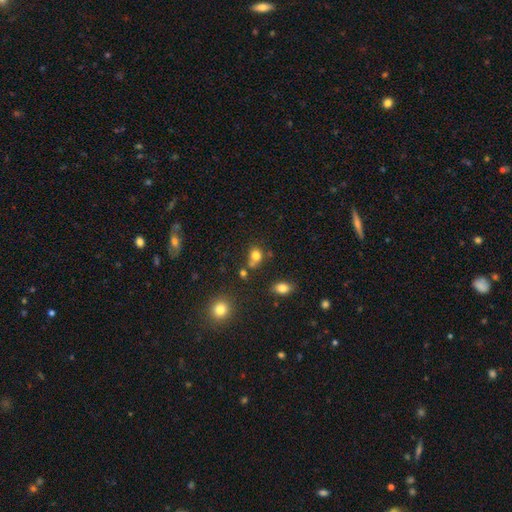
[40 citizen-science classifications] Smooth or featured?
  - smooth: 85% *
  - featured or disk: 8%
  - star or artifact: 8%
How rounded?
  - round: 71% *
  - in between: 29%
  - cigar-shaped: 0%
Merging?
  - merger: 38% *
  - none: 32%
  - minor disturbance: 30%
  - major disturbance: 0%